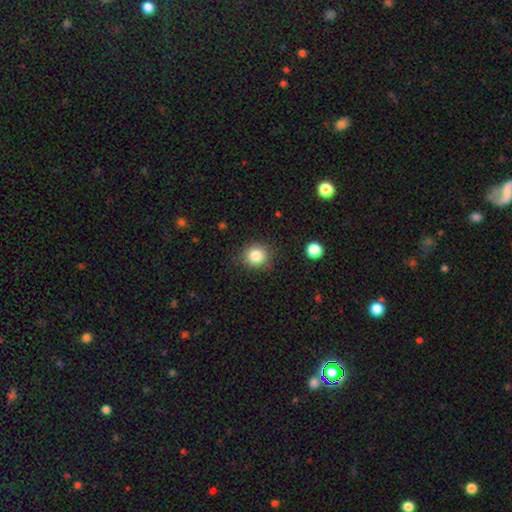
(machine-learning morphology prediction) Q: Smooth or featured?
A: smooth (84%); runner-up: star or artifact (11%)
Q: How rounded?
A: round (86%); runner-up: in between (13%)
Q: Merging?
A: none (85%); runner-up: minor disturbance (11%)